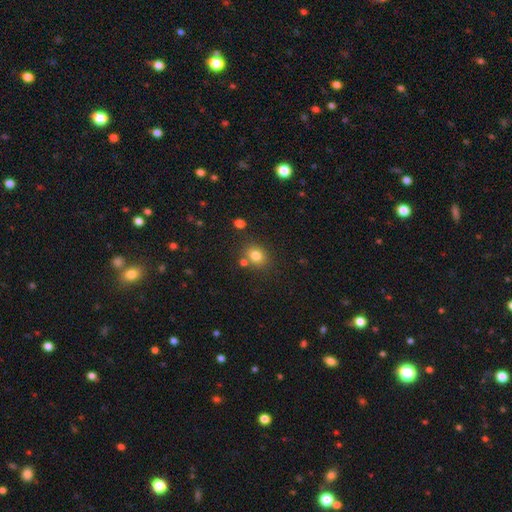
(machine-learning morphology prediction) Overall: smooth (79%). How rounded: round (64%; in between 35%). Merging: none (74%).